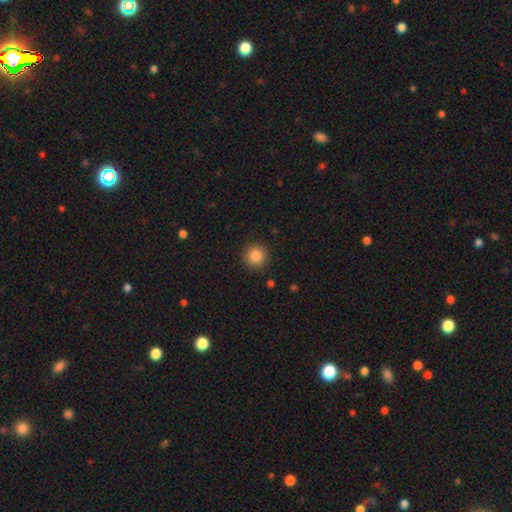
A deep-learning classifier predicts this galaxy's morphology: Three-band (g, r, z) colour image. It shows a smooth galaxy with no disk features (86%) that is round (95%). Merging: none (91%).